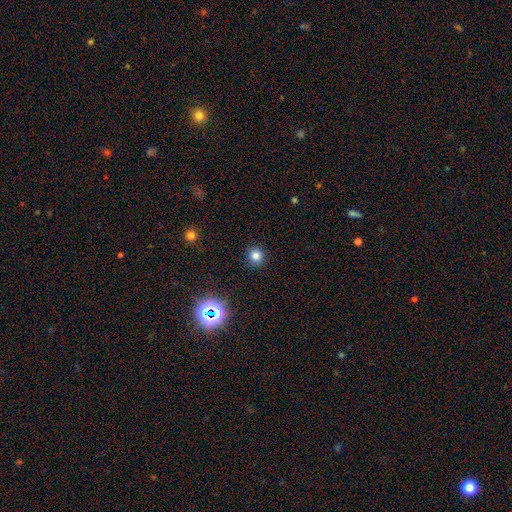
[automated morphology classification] Smooth or featured? smooth (77%)
How rounded? round (93%)
Merging? none (91%)